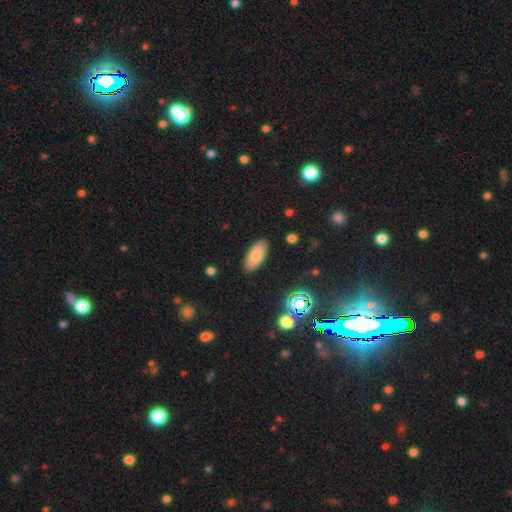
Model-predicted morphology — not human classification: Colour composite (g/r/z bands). It shows a smooth galaxy with no disk features (78%) that is in between round and cigar-shaped (91%). Merging: none (86%).